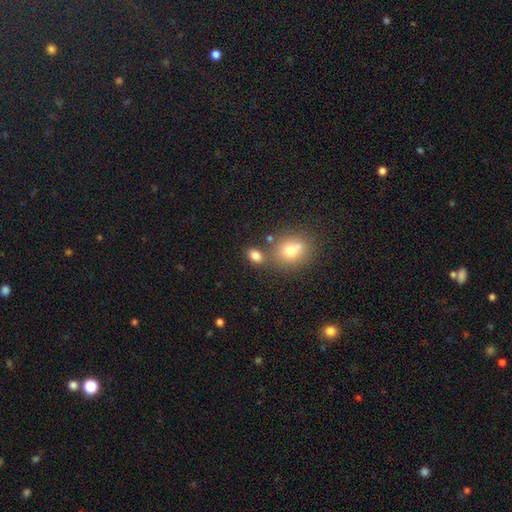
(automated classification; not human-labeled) A smooth galaxy with no disk features (80%) that is in between round and cigar-shaped (72%). Merging: none (64%).